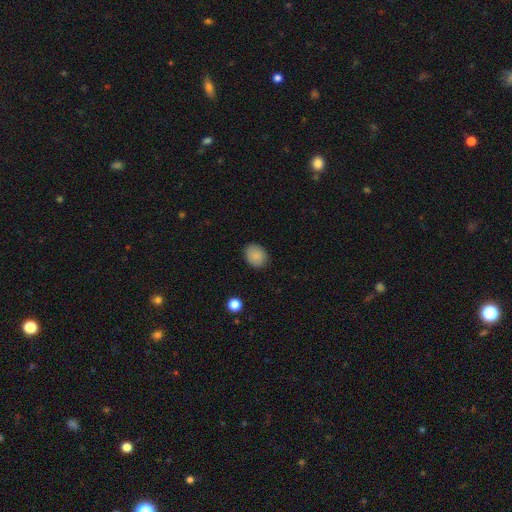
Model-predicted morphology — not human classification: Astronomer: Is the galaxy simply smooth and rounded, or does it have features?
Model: smooth — 86%.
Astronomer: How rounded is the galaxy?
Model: round — 52% (runner-up: in between, 47%).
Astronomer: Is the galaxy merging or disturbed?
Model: none — 86%.